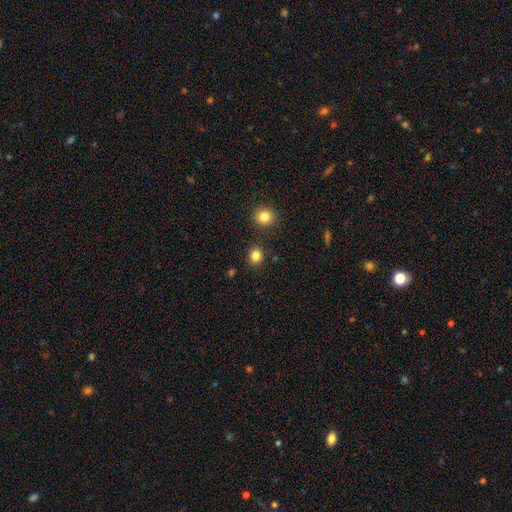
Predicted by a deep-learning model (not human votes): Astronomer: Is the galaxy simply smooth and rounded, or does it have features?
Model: smooth — 84%.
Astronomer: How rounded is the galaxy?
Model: round — 75%.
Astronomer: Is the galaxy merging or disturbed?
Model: none — 87%.